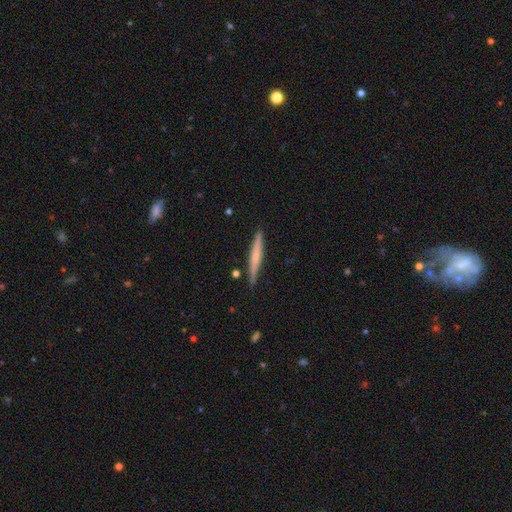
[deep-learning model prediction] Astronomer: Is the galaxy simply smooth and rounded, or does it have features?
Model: smooth — 52% (runner-up: featured or disk, 43%).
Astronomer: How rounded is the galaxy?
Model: cigar-shaped — 96%.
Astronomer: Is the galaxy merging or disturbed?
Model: none — 88%.